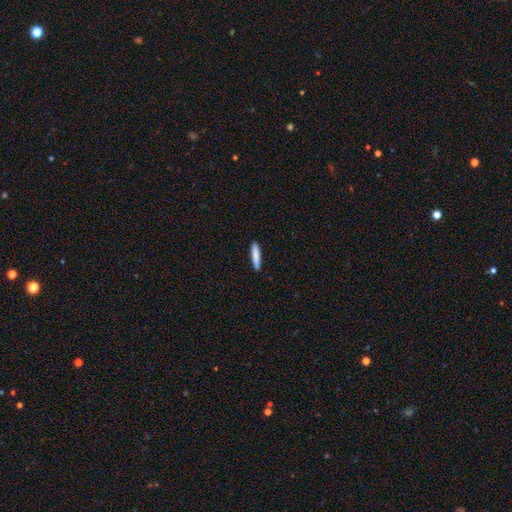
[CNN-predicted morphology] The model was most divided on "smooth or featured": smooth: 82%, featured or disk: 13%, star or artifact: 6%. More confident: how rounded — cigar-shaped (90%); merging — none (89%).